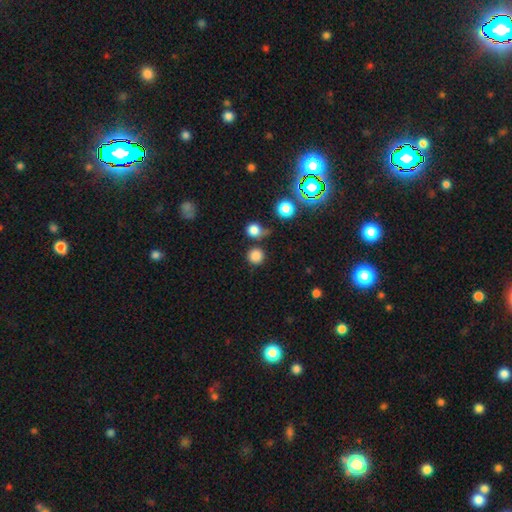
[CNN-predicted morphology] smooth 82%, star or artifact 14%, featured or disk 5%. Down the decision tree: how rounded — round (94%); merging — none (78%).